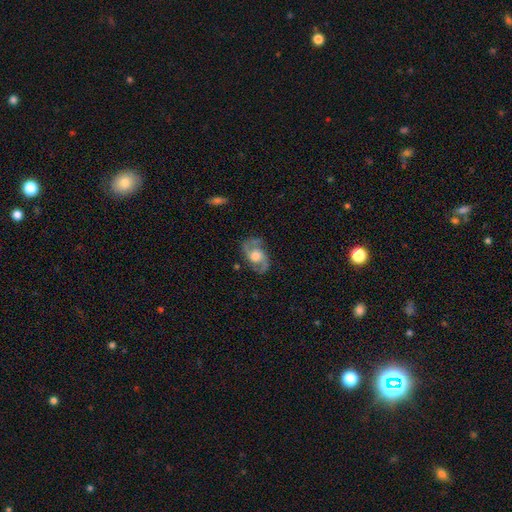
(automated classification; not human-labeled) smooth_or_featured: featured or disk (p=0.83) [alt: smooth p=0.11]
disk_edge_on: no (p=0.96) [alt: yes p=0.04]
bar: no (p=0.61) [alt: weak p=0.32]
has_spiral_arms: yes (p=0.94) [alt: no p=0.06]
spiral_winding: medium (p=0.54) [alt: loose p=0.33]
spiral_arm_count: 2 (p=0.92) [alt: can't tell p=0.03]
bulge_size: moderate (p=0.45) [alt: large p=0.37]
merging: none (p=0.78) [alt: minor disturbance p=0.14]